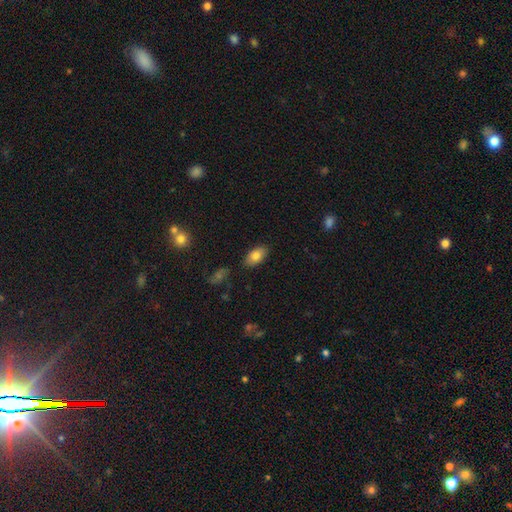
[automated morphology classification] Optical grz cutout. It shows a smooth galaxy with no disk features (81%) that is in between round and cigar-shaped (93%). Merging: none (85%).